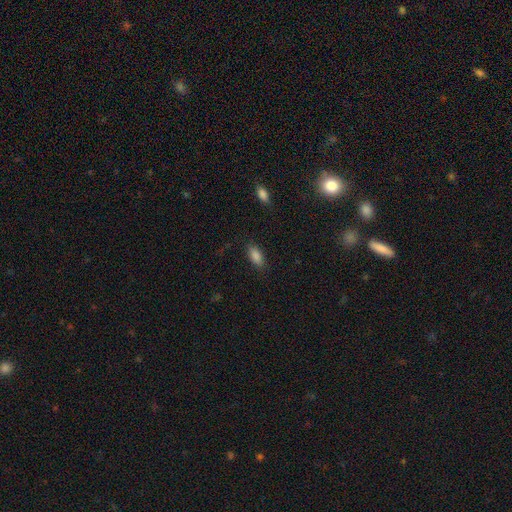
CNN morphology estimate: smooth_or_featured: smooth (p=0.86) [alt: star or artifact p=0.08]
how_rounded: in between (p=0.88) [alt: cigar-shaped p=0.09]
merging: none (p=0.84) [alt: minor disturbance p=0.11]